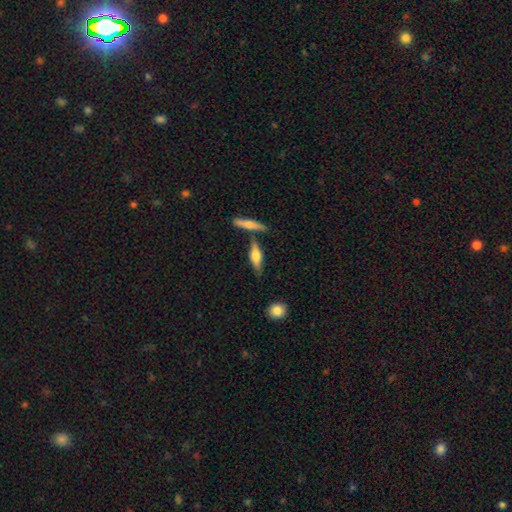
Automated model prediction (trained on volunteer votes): Smooth or featured? smooth (48%)
Merging? none (70%)